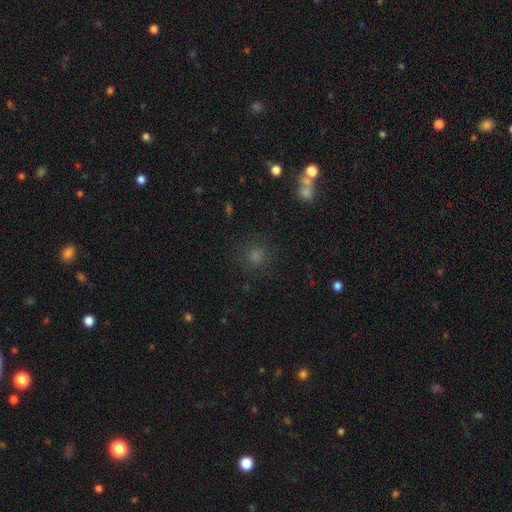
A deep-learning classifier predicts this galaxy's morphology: smooth-or-featured: smooth: 75% | star or artifact: 20% | featured or disk: 5%
  how-rounded: round: 90% | in between: 9% | cigar-shaped: 1%
  merging: none: 85% | minor disturbance: 9% | major disturbance: 4% | merger: 2%